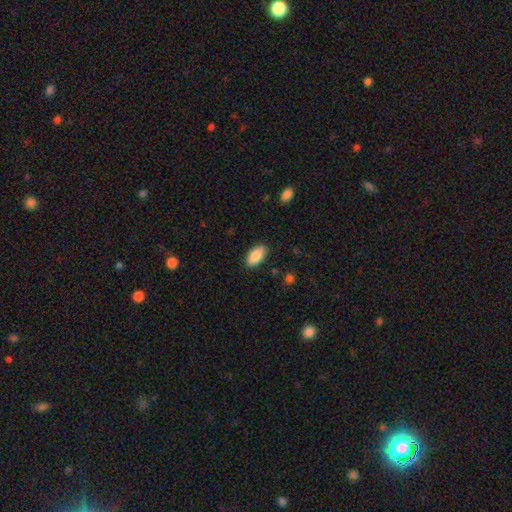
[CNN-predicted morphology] A smooth galaxy with no disk features (89%) that is in between round and cigar-shaped (93%).

Vote fractions:
- Smooth or featured? smooth: 89% / star or artifact: 6% / featured or disk: 4%
- How rounded? in between: 93% / cigar-shaped: 5% / round: 2%
- Merging? none: 88% / minor disturbance: 9% / major disturbance: 2% / merger: 1%